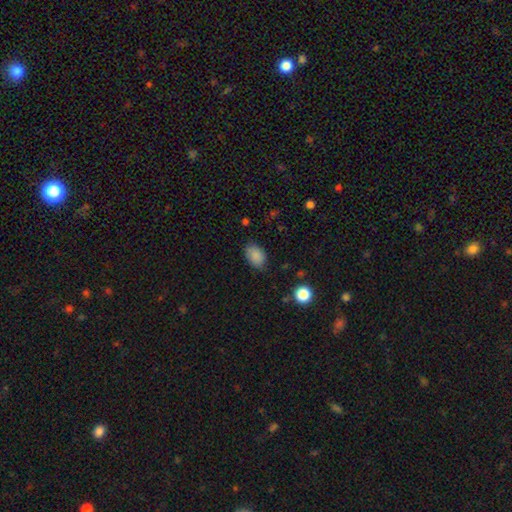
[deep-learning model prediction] This appears to be a smooth galaxy with no disk features (86%) that is in between round and cigar-shaped (82%). Merging: none (75%).